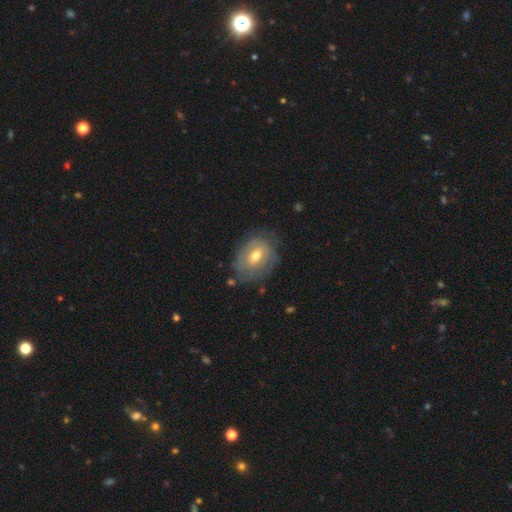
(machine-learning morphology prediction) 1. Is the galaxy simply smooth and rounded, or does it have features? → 55% featured or disk, 38% smooth, 7% star or artifact.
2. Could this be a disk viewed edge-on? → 94% no, 6% yes.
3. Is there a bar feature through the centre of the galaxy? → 48% weak, 40% no, 13% strong.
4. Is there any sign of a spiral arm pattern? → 58% yes, 42% no.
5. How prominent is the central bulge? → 69% moderate, 25% small, 4% large, 1% none, 1% dominant.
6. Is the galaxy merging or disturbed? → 68% none, 23% minor disturbance, 7% major disturbance, 2% merger.